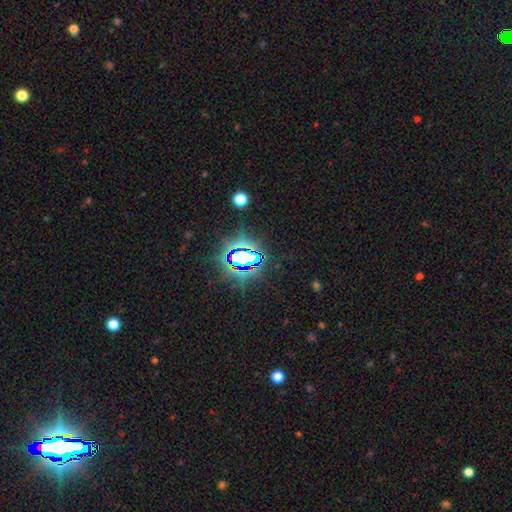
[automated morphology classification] Overall: star or artifact (79%).